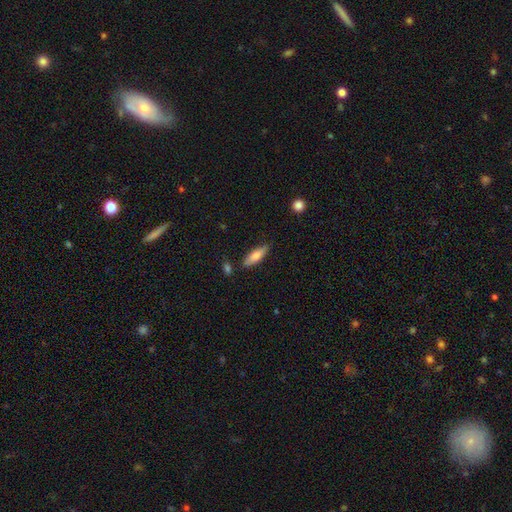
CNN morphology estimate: smooth_or_featured: smooth (p=0.73) [alt: featured or disk p=0.21]
how_rounded: cigar-shaped (p=0.52) [alt: in between p=0.46]
merging: none (p=0.80) [alt: minor disturbance p=0.14]